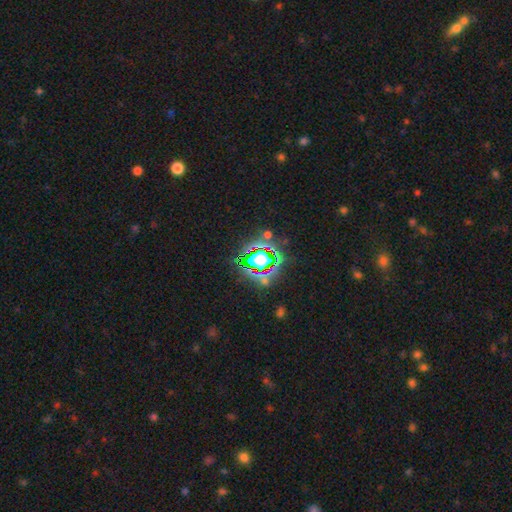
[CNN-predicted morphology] Smooth or featured? star or artifact (71%)